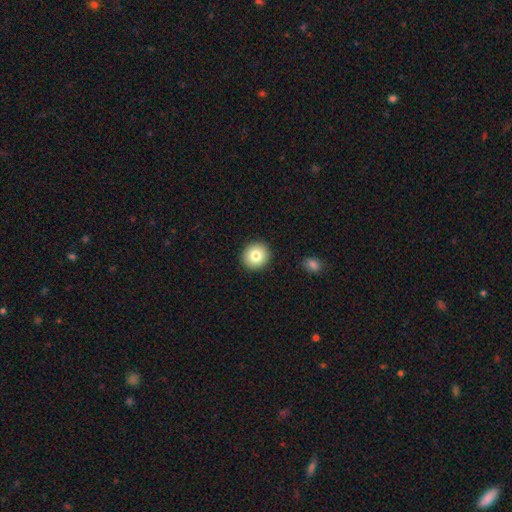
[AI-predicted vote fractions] Smooth or featured? Predicted: smooth (p=0.81). How rounded? Predicted: round (p=0.93). Merging? Predicted: none (p=0.92).